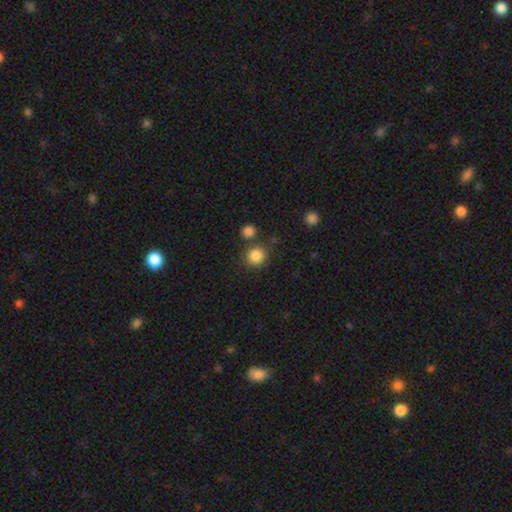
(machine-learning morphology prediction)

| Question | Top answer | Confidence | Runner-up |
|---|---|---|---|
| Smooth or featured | smooth | 86% | star or artifact (10%) |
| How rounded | round | 89% | in between (10%) |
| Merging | none | 78% | merger (10%) |